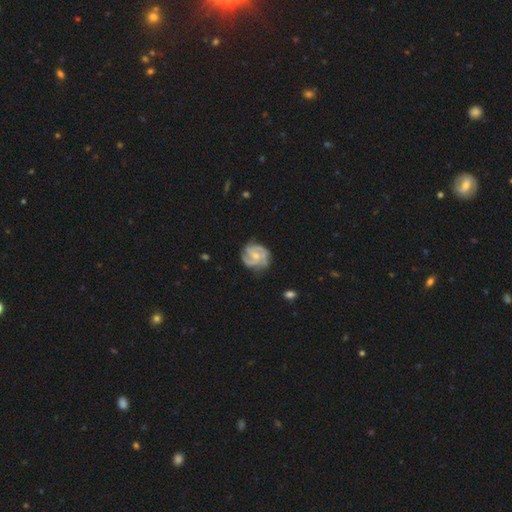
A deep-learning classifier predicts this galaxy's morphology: Overall: featured or disk (86%). Edge-on disk: no (98%). Bar: no (55%; weak 37%). Spiral arms: yes (96%). Spiral arm count: 3 (47%; 2 25%). Spiral winding: tight (47%; medium 43%). Bulge size: small (56%; moderate 39%). Merging: none (71%).